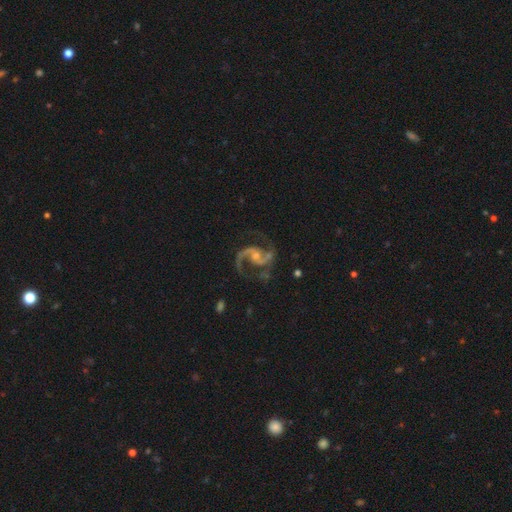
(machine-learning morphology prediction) type=featured or disk (93%); edge-on=no (98%); bar=no (47%); spiral arms=yes (99%); winding=medium (66%); arm count=2 (94%); bulge=small (52%); merging=none (75%).